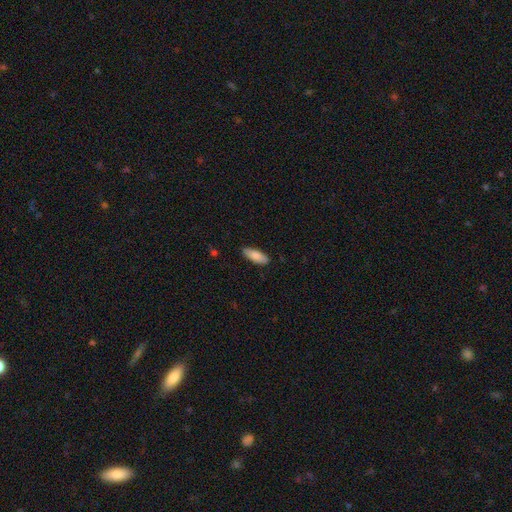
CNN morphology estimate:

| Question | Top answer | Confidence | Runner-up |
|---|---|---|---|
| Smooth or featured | smooth | 84% | featured or disk (11%) |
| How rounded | in between | 73% | cigar-shaped (26%) |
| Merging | none | 87% | minor disturbance (10%) |